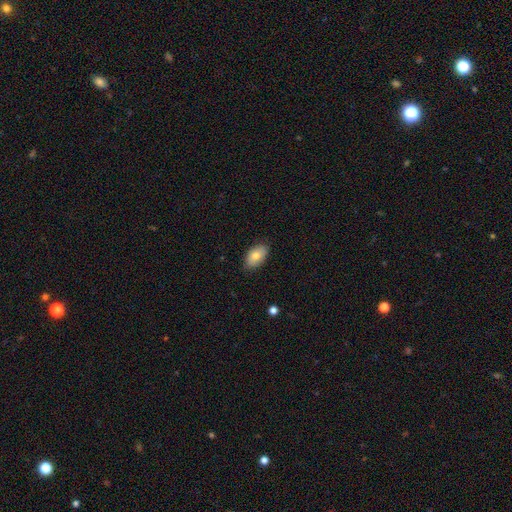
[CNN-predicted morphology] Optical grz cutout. It shows a smooth galaxy with no disk features (79%) that is in between round and cigar-shaped (93%). Merging: none (85%).